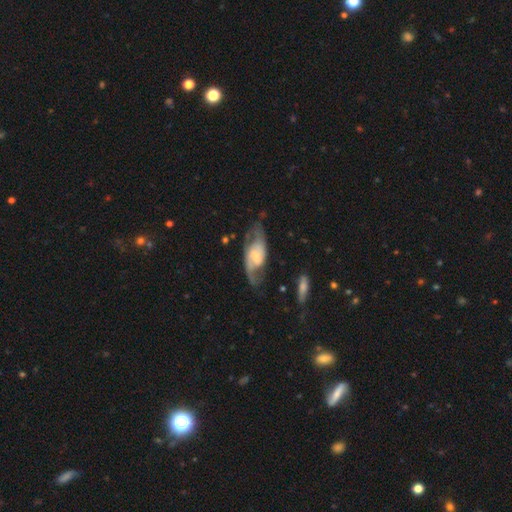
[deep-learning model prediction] Smooth or featured?
  - featured or disk: 82% *
  - smooth: 13%
  - star or artifact: 5%
Edge-on disk?
  - no: 94% *
  - yes: 6%
Bar?
  - weak: 46% *
  - no: 41%
  - strong: 13%
Spiral arms?
  - yes: 94% *
  - no: 6%
Spiral winding?
  - medium: 47% *
  - loose: 34%
  - tight: 18%
Spiral arm count?
  - 2: 85% *
  - can't tell: 7%
  - 1: 4%
  - 3: 2%
  - 4: 1%
  - more than 4: 1%
Bulge size?
  - small: 55% *
  - moderate: 29%
  - none: 9%
  - large: 6%
  - dominant: 1%
Merging?
  - none: 62% *
  - minor disturbance: 21%
  - major disturbance: 14%
  - merger: 3%